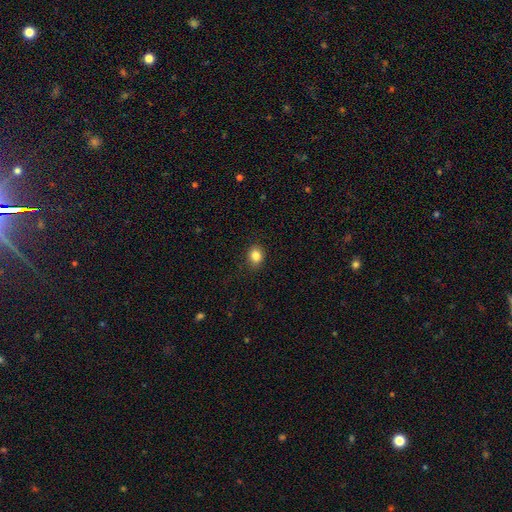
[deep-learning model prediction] Morphology: type=smooth (84%); roundness=round (50%); merging=none (87%).